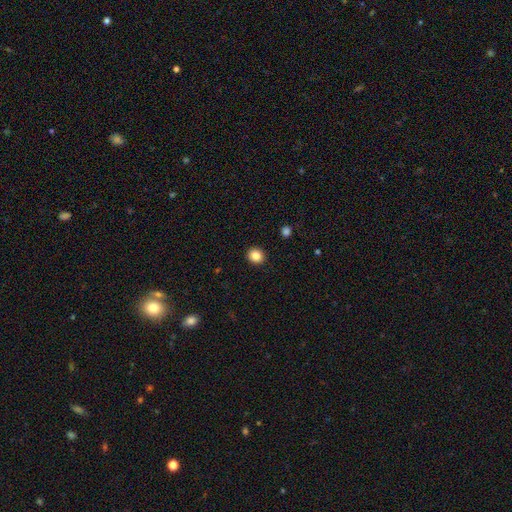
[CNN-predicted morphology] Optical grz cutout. It shows a smooth galaxy with no disk features (85%) that is round (80%). Merging: none (92%).